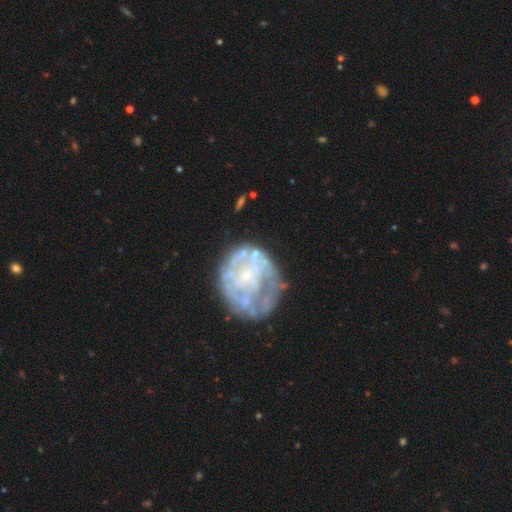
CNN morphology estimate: smooth-or-featured: featured or disk: 68% | smooth: 24% | star or artifact: 8%
  disk-edge-on: no: 98% | yes: 2%
    bar: no: 76% | weak: 19% | strong: 5%
    has-spiral-arms: no: 69% | yes: 31%
    bulge-size: small: 46% | none: 30% | moderate: 21% | large: 2% | dominant: 1%
  merging: none: 47% | minor disturbance: 23% | major disturbance: 23% | merger: 6%